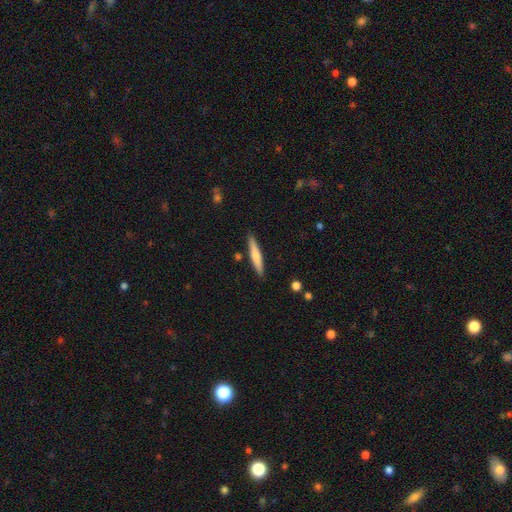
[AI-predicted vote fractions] smooth-or-featured: smooth: 61% | featured or disk: 34% | star or artifact: 5%
  how-rounded: cigar-shaped: 93% | in between: 6% | round: 1%
  merging: none: 88% | minor disturbance: 8% | merger: 2% | major disturbance: 2%